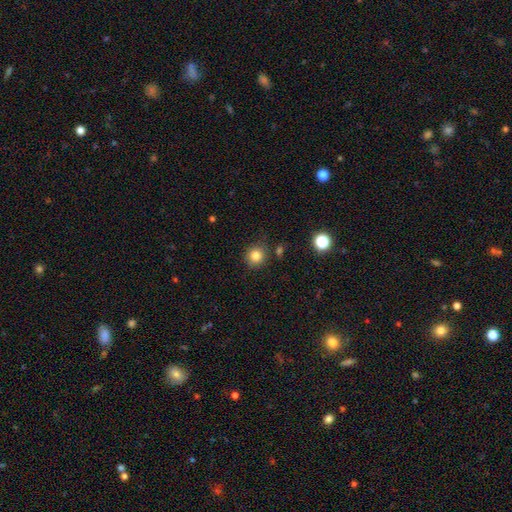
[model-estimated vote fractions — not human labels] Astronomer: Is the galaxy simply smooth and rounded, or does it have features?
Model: smooth — 82%.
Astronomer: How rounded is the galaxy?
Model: round — 89%.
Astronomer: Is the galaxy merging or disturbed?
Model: none — 83%.